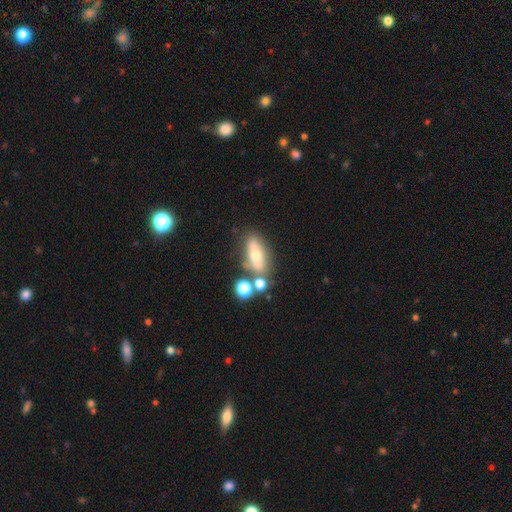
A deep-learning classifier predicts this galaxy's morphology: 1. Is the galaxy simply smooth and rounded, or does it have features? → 46% smooth, 41% featured or disk, 13% star or artifact.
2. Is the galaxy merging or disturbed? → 58% none, 19% merger, 16% minor disturbance, 7% major disturbance.